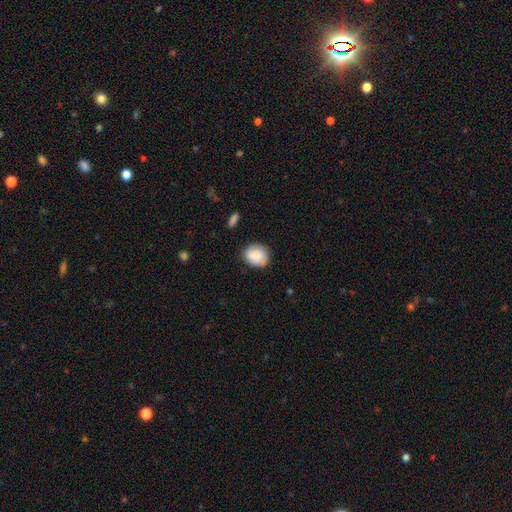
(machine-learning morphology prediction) smooth_or_featured: smooth (p=0.81) [alt: featured or disk p=0.12]
how_rounded: round (p=0.67) [alt: in between p=0.32]
merging: none (p=0.78) [alt: minor disturbance p=0.17]